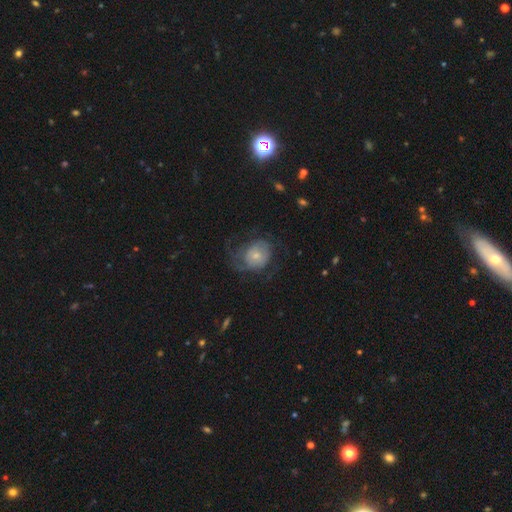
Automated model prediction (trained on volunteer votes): This appears to be a featured or disk galaxy (49%). Merging: none (45%).